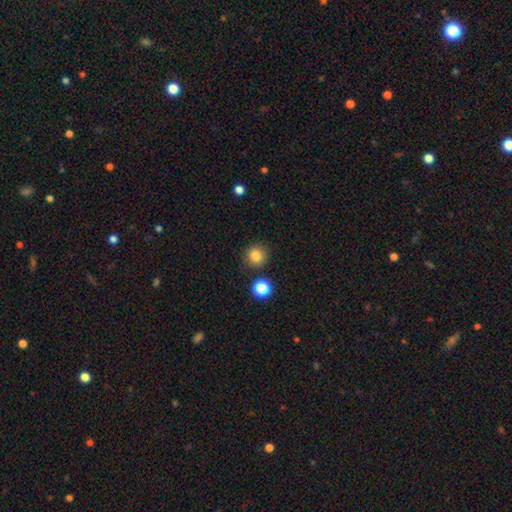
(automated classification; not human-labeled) A smooth galaxy with no disk features (84%) that is round (91%).

Vote fractions:
- Smooth or featured? smooth: 84% / star or artifact: 12% / featured or disk: 5%
- How rounded? round: 91% / in between: 8% / cigar-shaped: 1%
- Merging? none: 86% / minor disturbance: 8% / merger: 4% / major disturbance: 3%